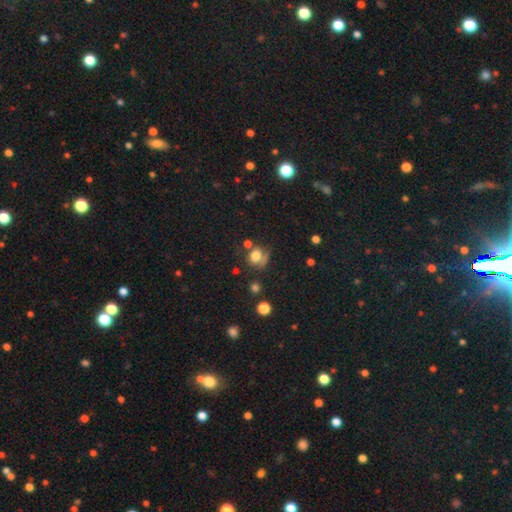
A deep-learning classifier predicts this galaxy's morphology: This is likely a smooth galaxy (71%). How rounded: possibly round (58%). Merging: possibly none (47%).